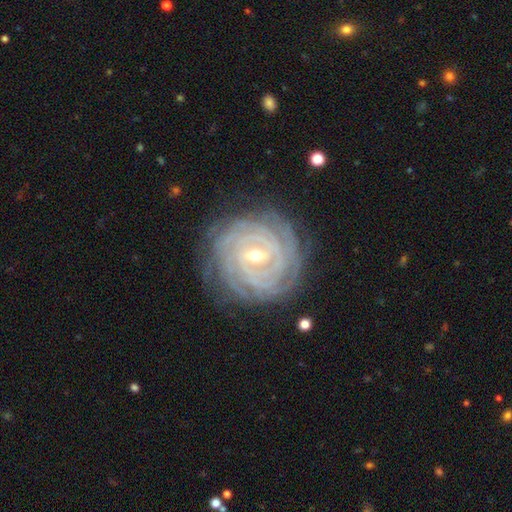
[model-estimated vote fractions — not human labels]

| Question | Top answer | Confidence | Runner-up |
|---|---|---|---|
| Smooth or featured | featured or disk | 91% | star or artifact (5%) |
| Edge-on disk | no | 97% | yes (3%) |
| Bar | weak | 48% | strong (29%) |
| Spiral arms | yes | 98% | no (2%) |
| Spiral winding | tight | 90% | medium (9%) |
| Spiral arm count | can't tell | 27% | 4 (23%) |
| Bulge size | small | 49% | moderate (48%) |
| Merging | none | 81% | minor disturbance (13%) |